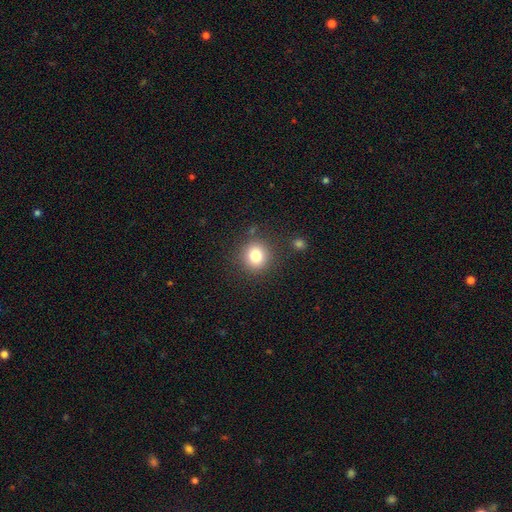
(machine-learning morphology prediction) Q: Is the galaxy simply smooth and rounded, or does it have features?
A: smooth — 80%.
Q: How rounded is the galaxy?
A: round — 88%.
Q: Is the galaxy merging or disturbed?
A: none — 85%.